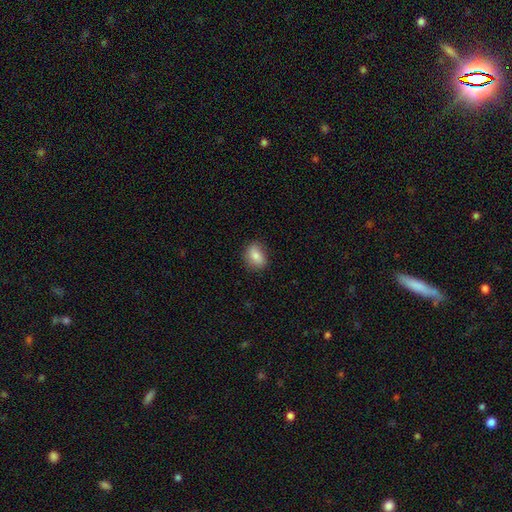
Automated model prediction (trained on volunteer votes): Smooth or featured? smooth (82%)
How rounded? in between (74%)
Merging? none (77%)